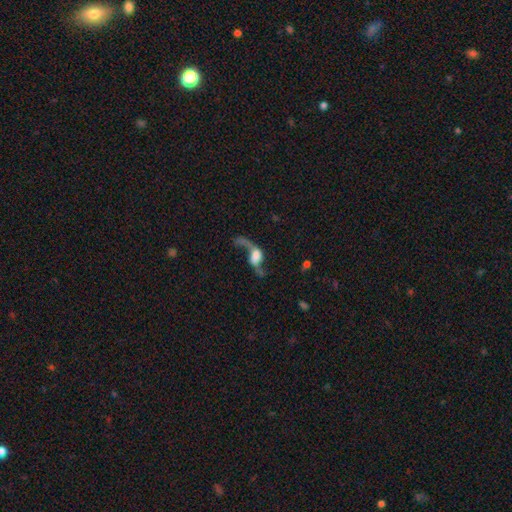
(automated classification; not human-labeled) A featured or disk galaxy (76%) with no bar (50%), 2 (83%) loose (92%) spiral arms (89%) and a large central bulge (36%). Merging: none (48%).